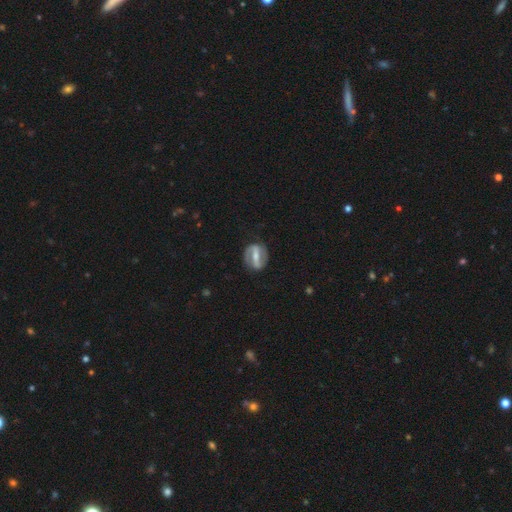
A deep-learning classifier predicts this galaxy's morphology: Smooth or featured? Predicted: featured or disk (p=0.80). Edge-on disk? Predicted: no (p=0.93). Bar? Predicted: strong (p=0.75). Spiral arms? Predicted: yes (p=0.76). Spiral winding? Predicted: medium (p=0.40). Spiral arm count? Predicted: 2 (p=0.87). Bulge size? Predicted: moderate (p=0.50). Merging? Predicted: none (p=0.83).